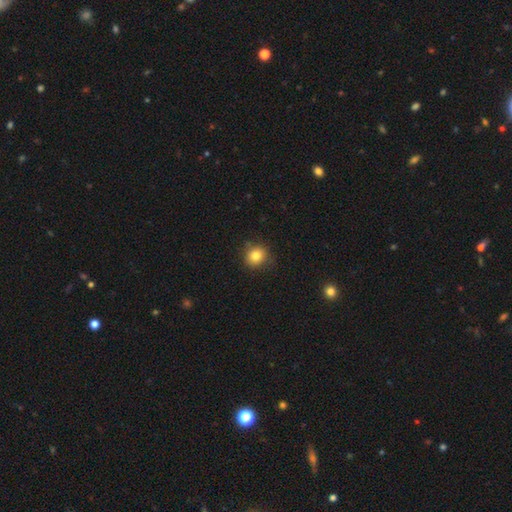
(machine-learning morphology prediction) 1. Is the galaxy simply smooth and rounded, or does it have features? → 82% smooth, 11% star or artifact, 7% featured or disk.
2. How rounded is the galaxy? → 84% round, 15% in between, 1% cigar-shaped.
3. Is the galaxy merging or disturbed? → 85% none, 11% minor disturbance, 2% major disturbance, 1% merger.